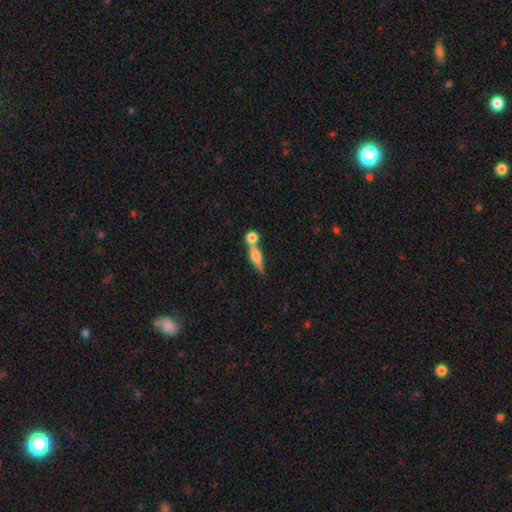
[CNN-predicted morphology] smooth_or_featured: smooth (p=0.46) [alt: featured or disk p=0.45]
merging: none (p=0.45) [alt: merger p=0.43]